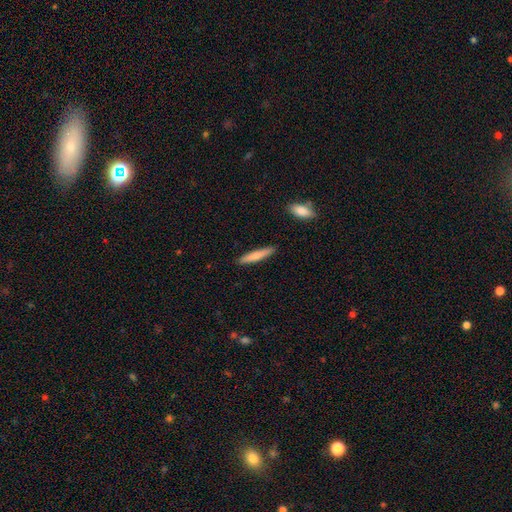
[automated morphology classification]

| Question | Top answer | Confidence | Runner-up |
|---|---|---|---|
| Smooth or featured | smooth | 74% | featured or disk (20%) |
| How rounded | cigar-shaped | 91% | in between (8%) |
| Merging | none | 90% | minor disturbance (7%) |